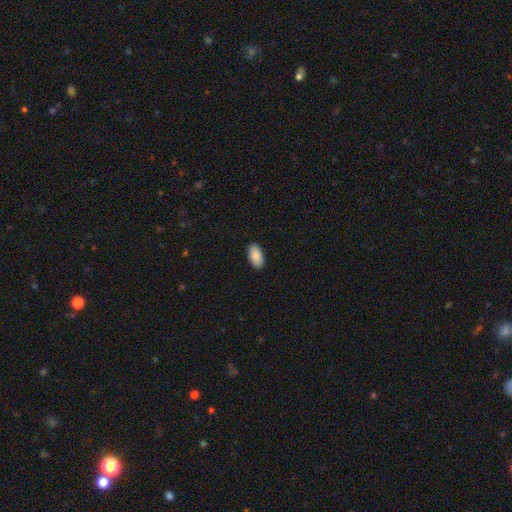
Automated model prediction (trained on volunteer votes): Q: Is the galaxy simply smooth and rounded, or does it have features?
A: smooth — 89%.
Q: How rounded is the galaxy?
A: in between — 96%.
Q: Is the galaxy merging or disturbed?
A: none — 90%.